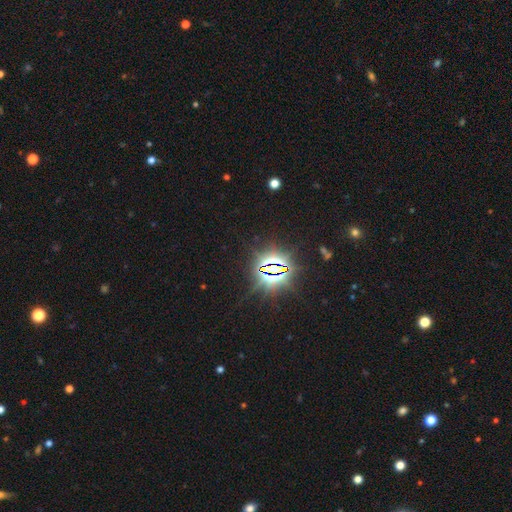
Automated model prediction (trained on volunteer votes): Smooth or featured: star or artifact — 84% (smooth — 8%)